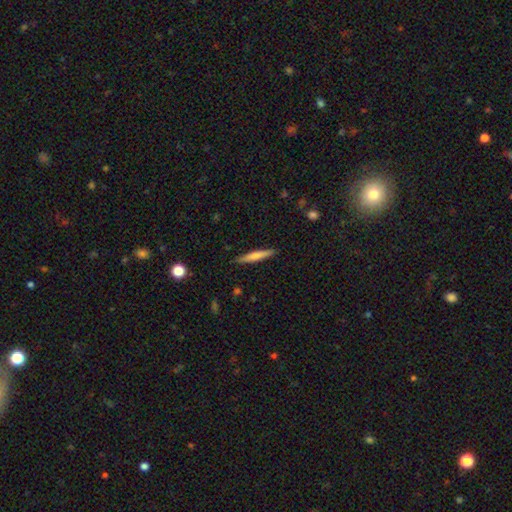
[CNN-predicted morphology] smooth-or-featured: smooth: 66% | featured or disk: 28% | star or artifact: 5%
  how-rounded: cigar-shaped: 93% | in between: 5% | round: 1%
  merging: none: 89% | minor disturbance: 8% | major disturbance: 2% | merger: 1%